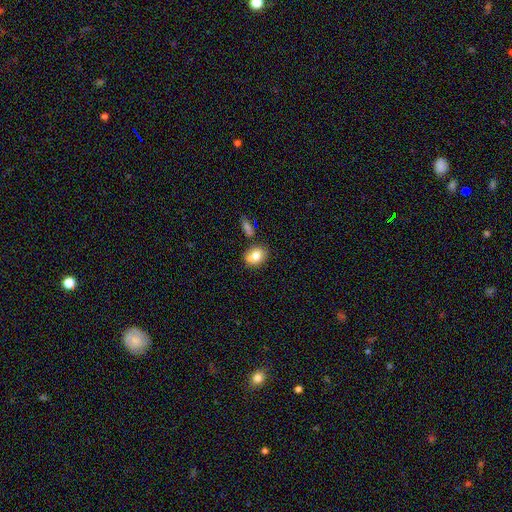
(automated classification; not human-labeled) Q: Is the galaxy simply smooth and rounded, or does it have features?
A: smooth — 76%.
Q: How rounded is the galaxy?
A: in between — 55%.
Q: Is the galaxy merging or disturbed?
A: none — 64%.